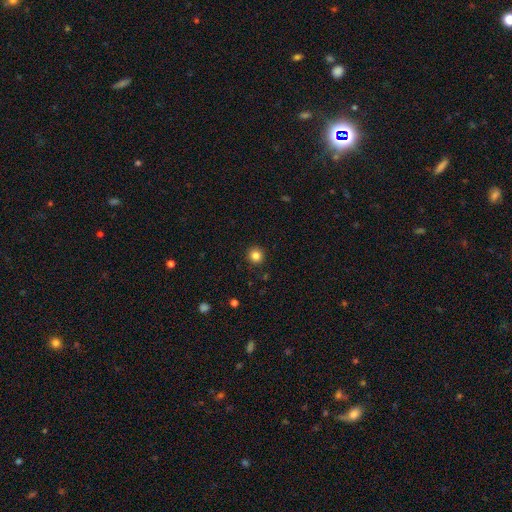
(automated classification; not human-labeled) smooth_or_featured: smooth (p=0.83) [alt: star or artifact p=0.12]
how_rounded: round (p=0.92) [alt: in between p=0.07]
merging: none (p=0.92) [alt: minor disturbance p=0.05]